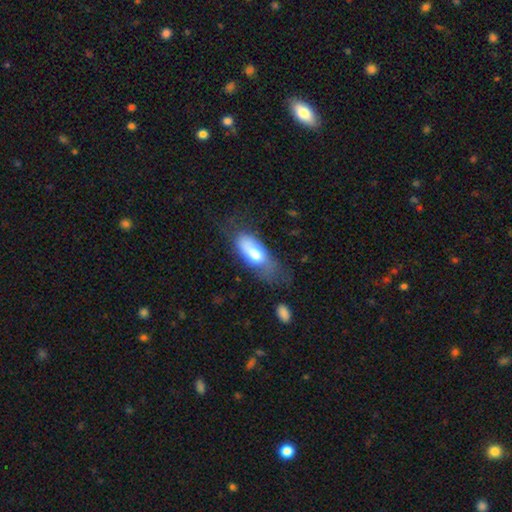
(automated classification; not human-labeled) The model was most divided on "merging": none: 36%, minor disturbance: 31%, major disturbance: 29%, merger: 4%. More confident: how rounded — in between (81%); smooth or featured — smooth (72%).